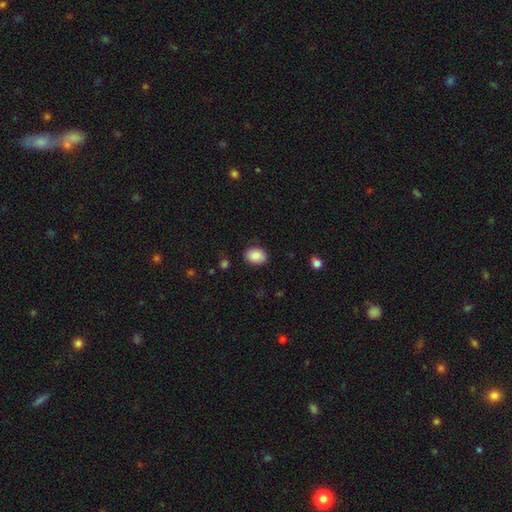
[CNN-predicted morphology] Smooth or featured?
  - smooth: 85% *
  - star or artifact: 8%
  - featured or disk: 7%
How rounded?
  - in between: 63% *
  - round: 36%
  - cigar-shaped: 1%
Merging?
  - none: 83% *
  - minor disturbance: 13%
  - major disturbance: 3%
  - merger: 1%